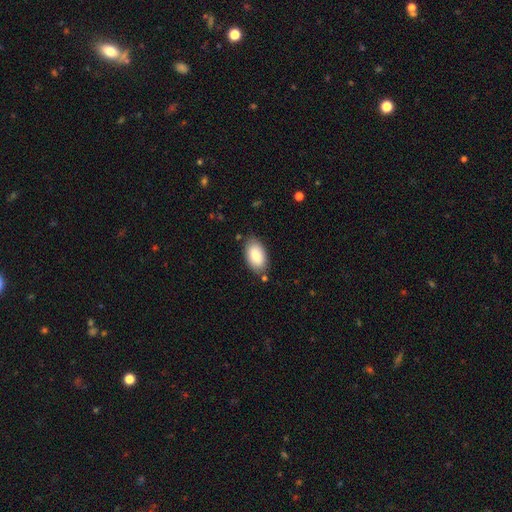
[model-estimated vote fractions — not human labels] This is likely a smooth galaxy (80%). How rounded: clearly in between (94%). Merging: clearly none (80%).